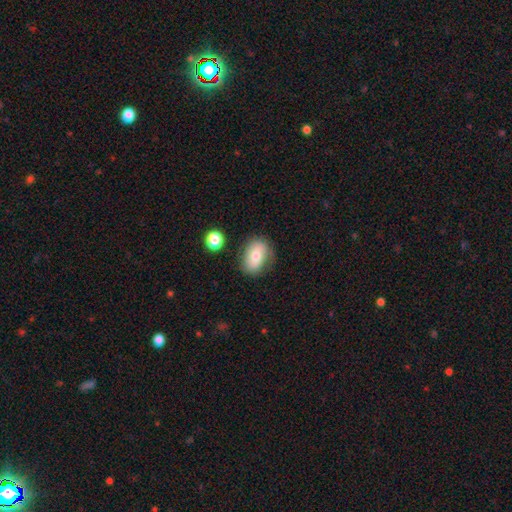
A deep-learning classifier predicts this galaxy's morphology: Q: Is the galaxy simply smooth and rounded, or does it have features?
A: smooth — 68%.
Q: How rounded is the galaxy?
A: in between — 81%.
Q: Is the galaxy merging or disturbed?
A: none — 73%.